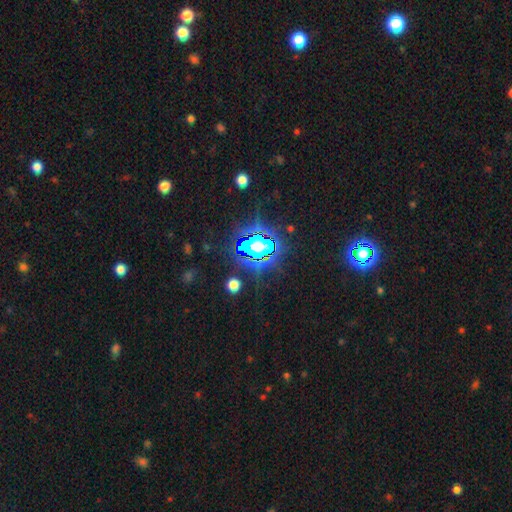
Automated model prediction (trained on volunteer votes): This is likely a star or artifact rather than a galaxy (72%).